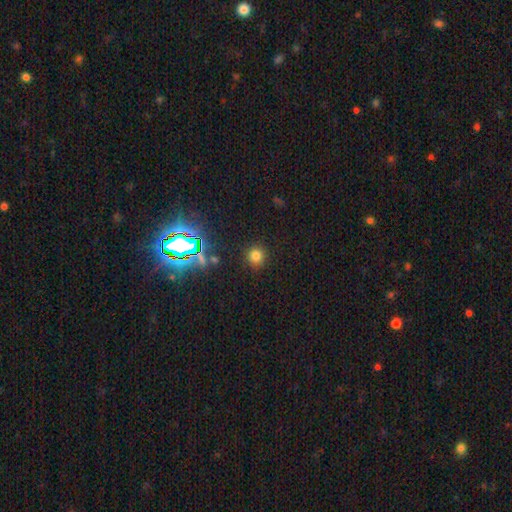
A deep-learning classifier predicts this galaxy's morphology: This is likely a smooth galaxy (73%). How rounded: clearly round (92%). Merging: clearly none (89%).